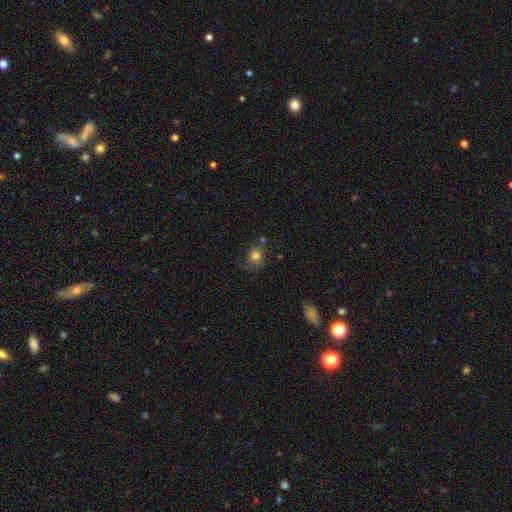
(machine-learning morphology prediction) smooth_or_featured: smooth (p=0.79) [alt: star or artifact p=0.12]
how_rounded: round (p=0.70) [alt: in between p=0.29]
merging: none (p=0.59) [alt: minor disturbance p=0.23]